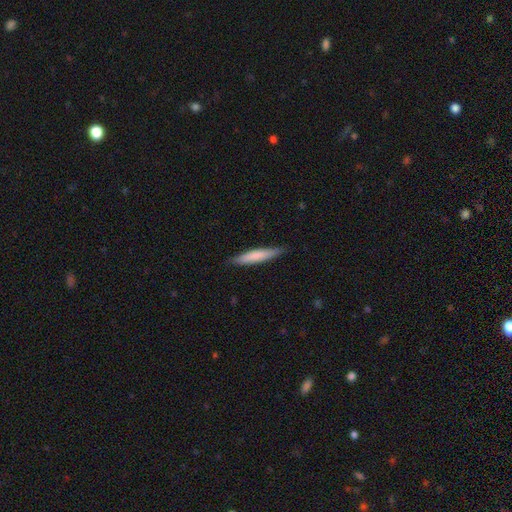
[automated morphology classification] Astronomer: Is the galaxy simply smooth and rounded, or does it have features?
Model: smooth — 73%.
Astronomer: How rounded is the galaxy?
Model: cigar-shaped — 91%.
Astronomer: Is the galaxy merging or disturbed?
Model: none — 87%.